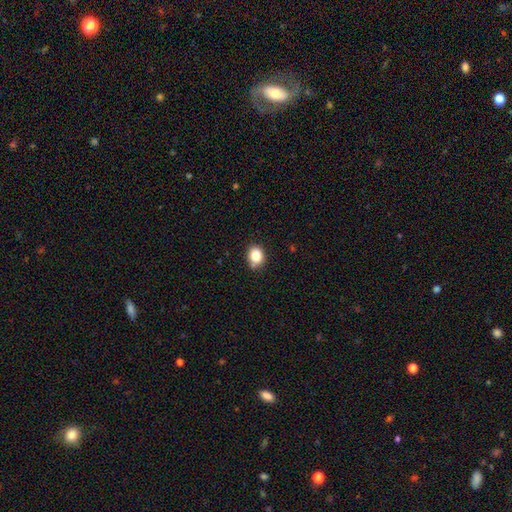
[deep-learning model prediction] smooth-or-featured: smooth: 84% | star or artifact: 10% | featured or disk: 6%
  how-rounded: round: 52% | in between: 47% | cigar-shaped: 1%
  merging: none: 76% | minor disturbance: 17% | merger: 4% | major disturbance: 3%